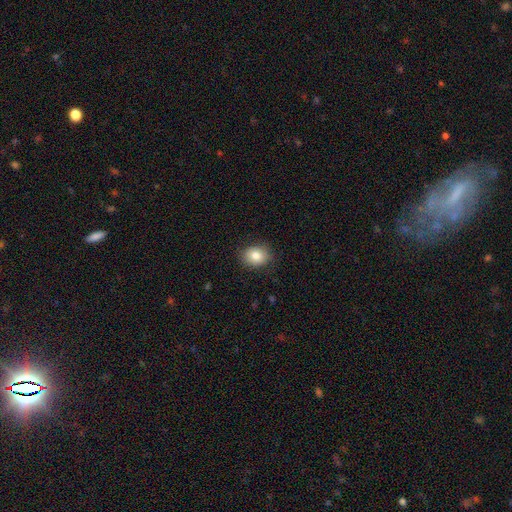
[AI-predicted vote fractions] Smooth or featured? Predicted: smooth (p=0.83). How rounded? Predicted: in between (p=0.50). Merging? Predicted: none (p=0.87).